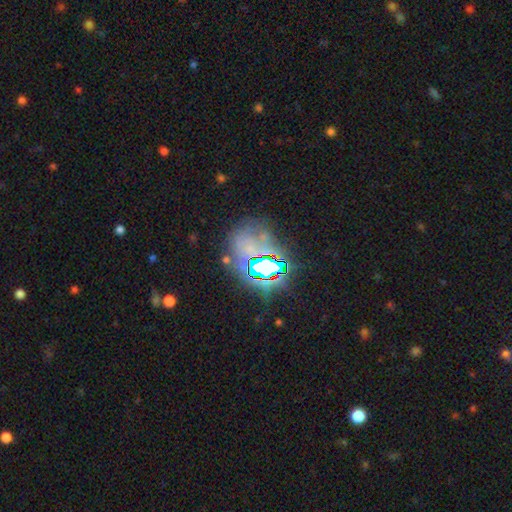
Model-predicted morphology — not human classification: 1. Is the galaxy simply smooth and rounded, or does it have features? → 74% star or artifact, 14% smooth, 12% featured or disk.